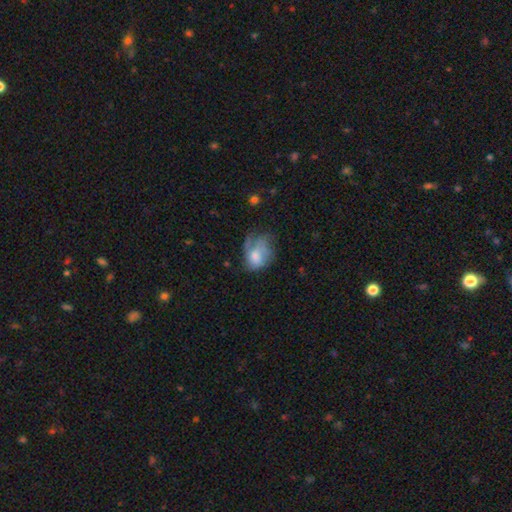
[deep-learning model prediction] This is possibly a smooth galaxy (53%). How rounded: likely in between (62%). Merging: marginally none (36%).